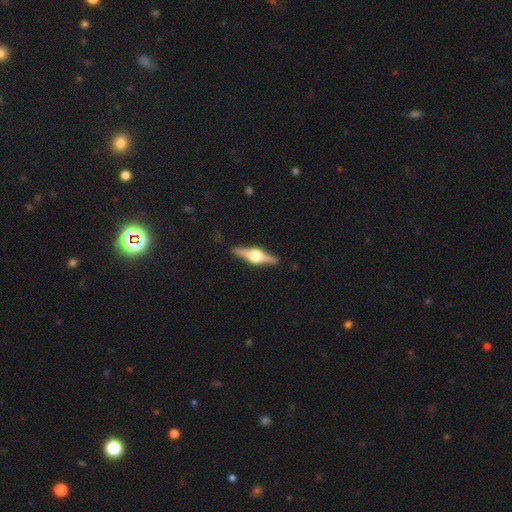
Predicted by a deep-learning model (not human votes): Smooth or featured?
  - featured or disk: 83% *
  - smooth: 12%
  - star or artifact: 5%
Edge-on disk?
  - yes: 98% *
  - no: 2%
Edge-on bulge?
  - rounded: 95% *
  - boxy: 4%
  - none: 1%
Merging?
  - none: 90% *
  - minor disturbance: 7%
  - major disturbance: 2%
  - merger: 1%